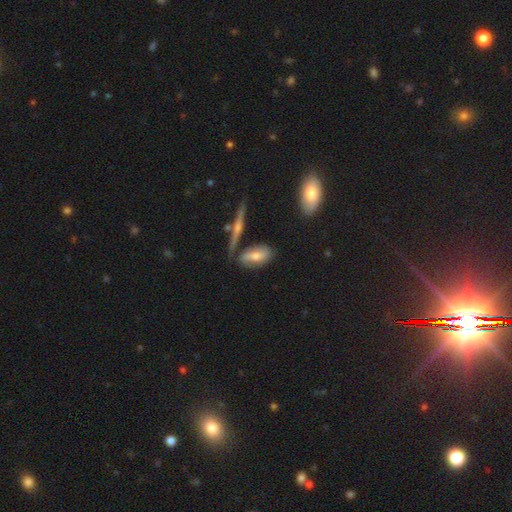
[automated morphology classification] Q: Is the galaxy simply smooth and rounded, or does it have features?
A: smooth — 54%.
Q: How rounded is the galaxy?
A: in between — 81%.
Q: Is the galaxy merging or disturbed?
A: none — 62%.